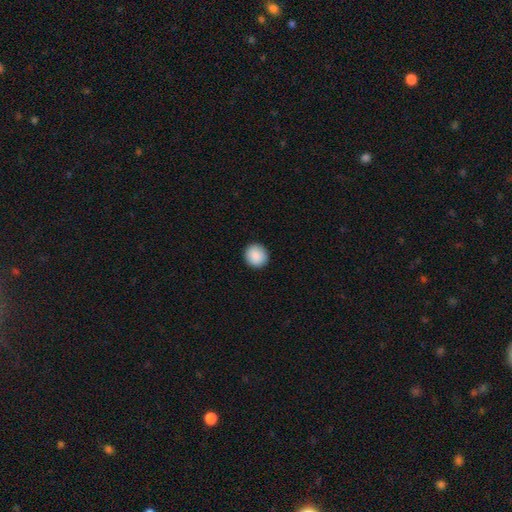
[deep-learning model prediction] Overall: smooth (89%). How rounded: round (93%). Merging: none (92%).